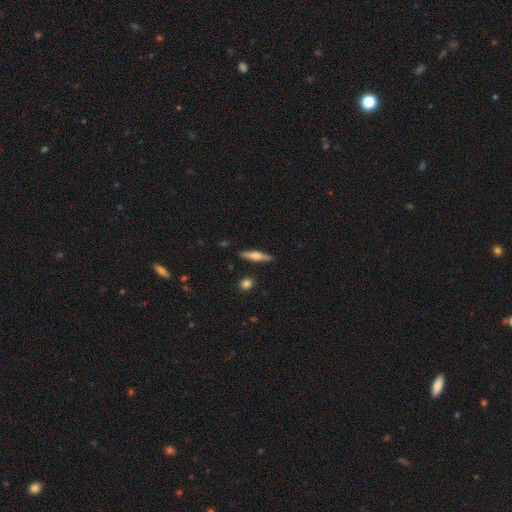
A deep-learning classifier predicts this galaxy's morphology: Smooth or featured: featured or disk — 48% (smooth — 45%)
Merging: none — 88% (minor disturbance — 8%)